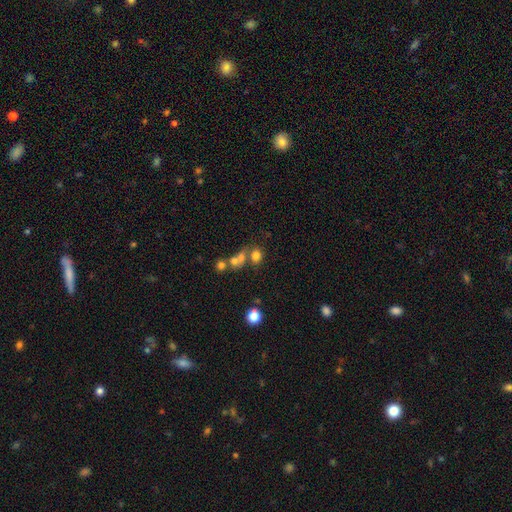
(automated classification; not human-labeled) This is likely a smooth galaxy (71%). How rounded: likely round (61%). Merging: possibly none (47%).